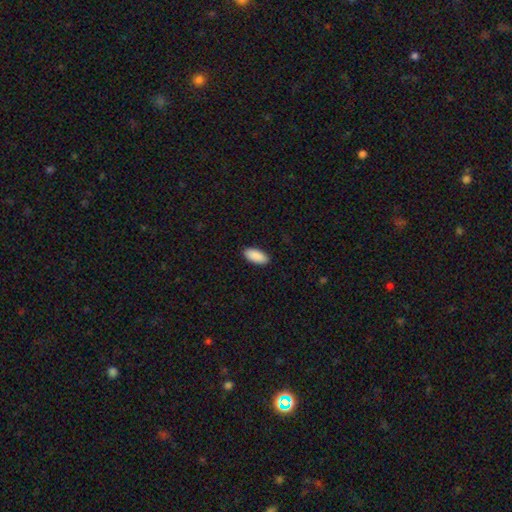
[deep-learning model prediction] smooth_or_featured: smooth (p=0.91) [alt: star or artifact p=0.06]
how_rounded: in between (p=0.91) [alt: cigar-shaped p=0.07]
merging: none (p=0.91) [alt: minor disturbance p=0.07]